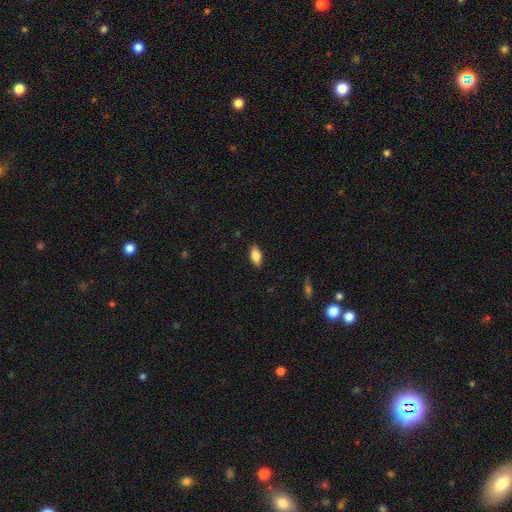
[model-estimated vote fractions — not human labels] Smooth or featured? smooth (78%)
How rounded? in between (88%)
Merging? none (88%)